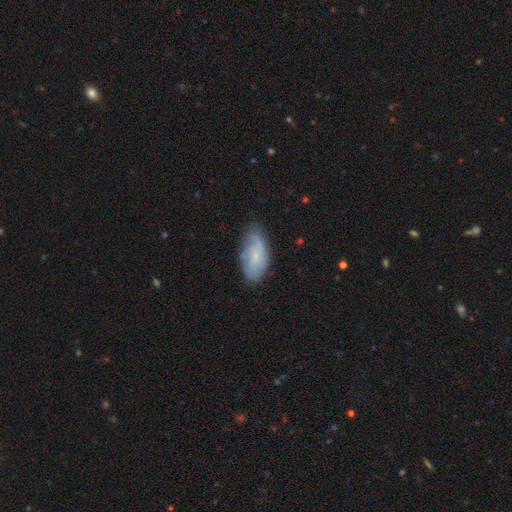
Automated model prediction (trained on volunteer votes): Smooth or featured?
  - smooth: 51% *
  - featured or disk: 41%
  - star or artifact: 8%
How rounded?
  - in between: 91% *
  - cigar-shaped: 7%
  - round: 3%
Merging?
  - none: 66% *
  - minor disturbance: 25%
  - major disturbance: 7%
  - merger: 2%